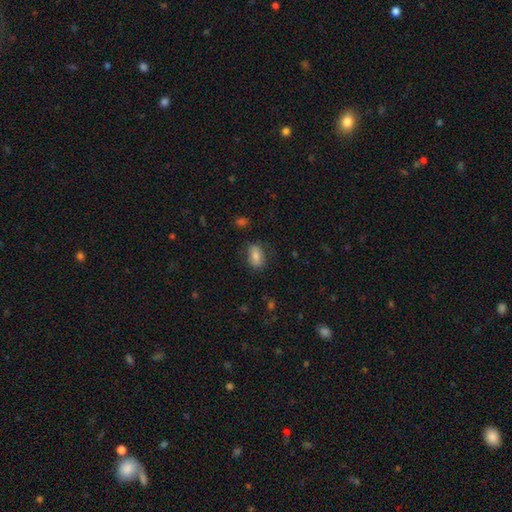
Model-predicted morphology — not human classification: Overall: smooth (74%). How rounded: in between (84%). Merging: none (75%).